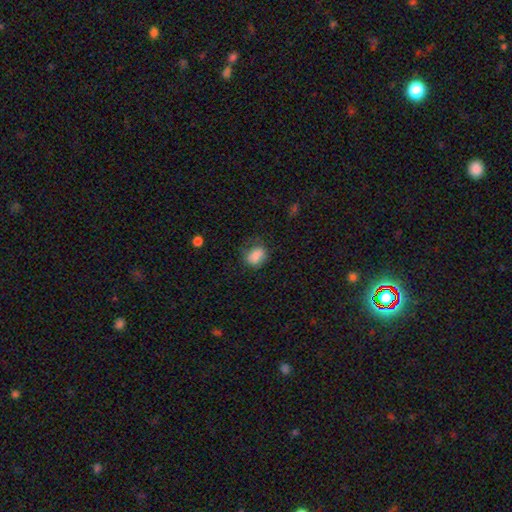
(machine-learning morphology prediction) This is clearly a smooth galaxy (84%). How rounded: likely in between (67%). Merging: likely none (60%).